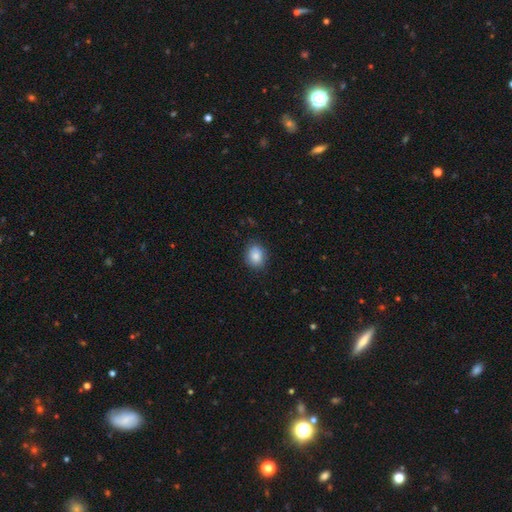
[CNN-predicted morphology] A smooth galaxy with no disk features (86%) that is round (52%).

Vote fractions:
- Smooth or featured? smooth: 86% / star or artifact: 8% / featured or disk: 6%
- How rounded? round: 52% / in between: 47% / cigar-shaped: 1%
- Merging? none: 84% / minor disturbance: 12% / major disturbance: 3% / merger: 1%